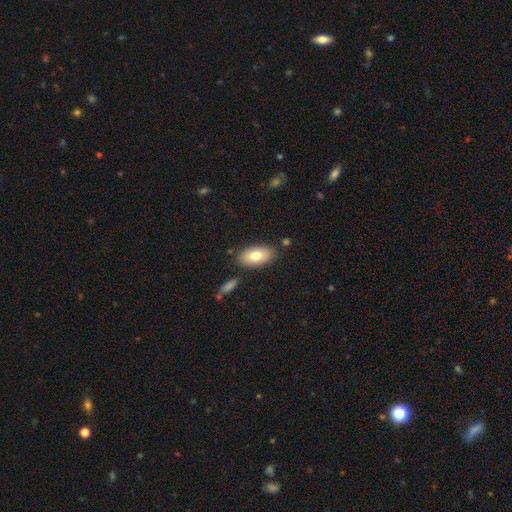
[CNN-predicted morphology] This appears to be a smooth galaxy with no disk features (78%) that is in between round and cigar-shaped (93%). Merging: none (82%).